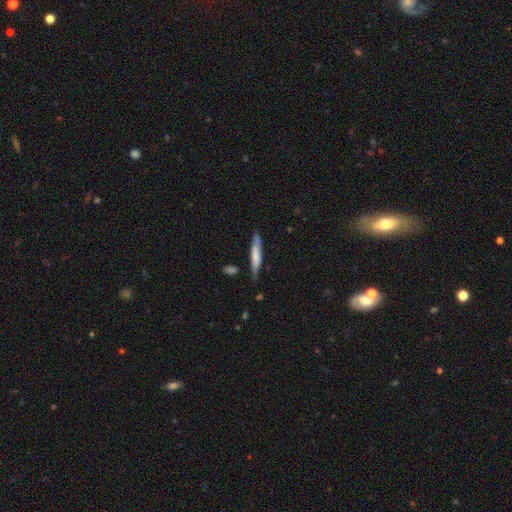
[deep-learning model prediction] A smooth galaxy with no disk features (56%) that is cigar-shaped (89%).

Vote fractions:
- Smooth or featured? smooth: 56% / featured or disk: 38% / star or artifact: 6%
- How rounded? cigar-shaped: 89% / in between: 9% / round: 1%
- Merging? none: 71% / minor disturbance: 21% / major disturbance: 4% / merger: 3%